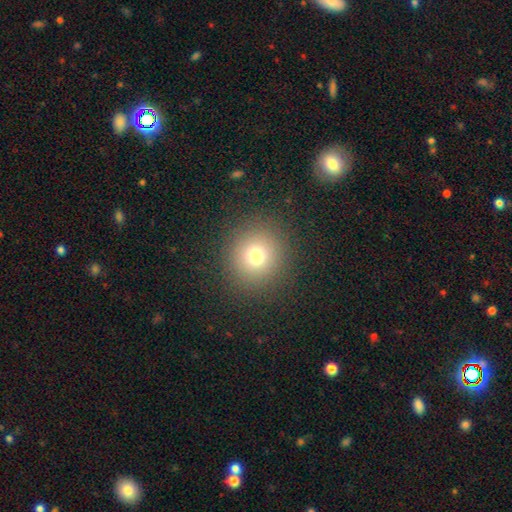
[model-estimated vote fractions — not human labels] Smooth or featured: smooth — 74% (star or artifact — 16%)
How rounded: round — 93% (in between — 6%)
Merging: none — 90% (minor disturbance — 6%)